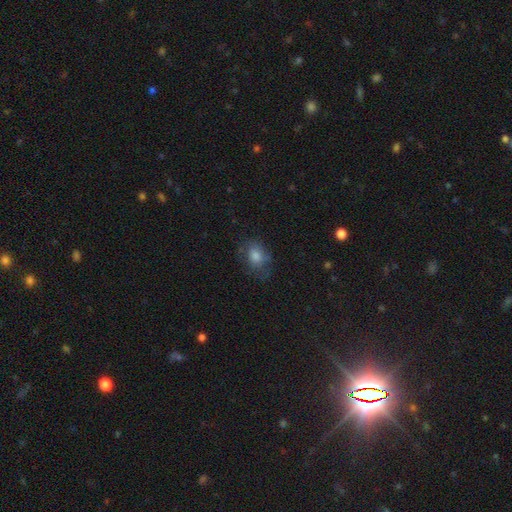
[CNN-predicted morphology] This appears to be a smooth galaxy with no disk features (58%) that is in between round and cigar-shaped (61%). Merging: none (64%).